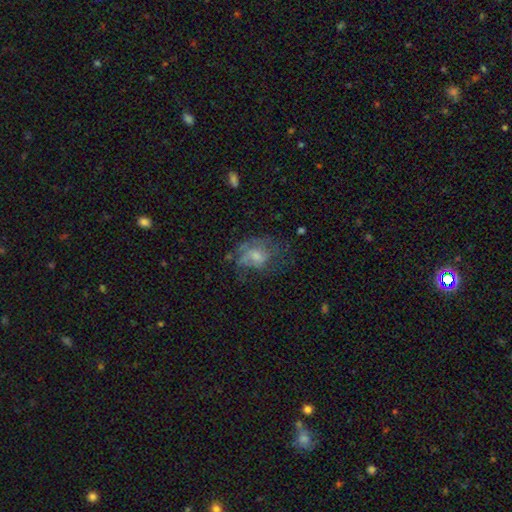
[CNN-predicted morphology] Smooth or featured: featured or disk — 55% (smooth — 34%)
Edge-on disk: no — 97% (yes — 3%)
Bar: no — 70% (weak — 26%)
Spiral arms: yes — 59% (no — 41%)
Bulge size: moderate — 42% (small — 40%)
Merging: none — 42% (major disturbance — 32%)